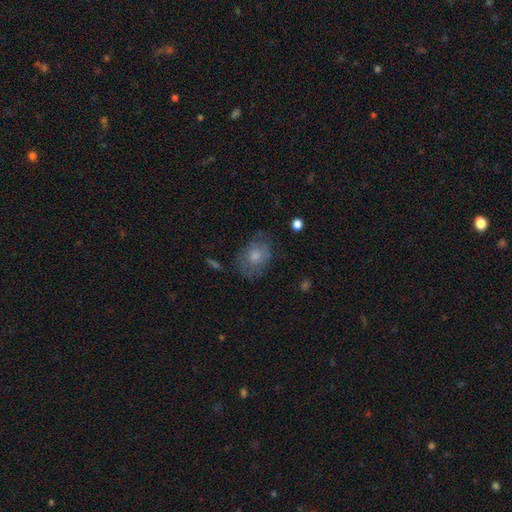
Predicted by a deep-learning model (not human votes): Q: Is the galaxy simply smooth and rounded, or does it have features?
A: smooth — 66%.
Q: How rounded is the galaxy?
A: in between — 61%.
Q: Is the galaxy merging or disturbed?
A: none — 60%.